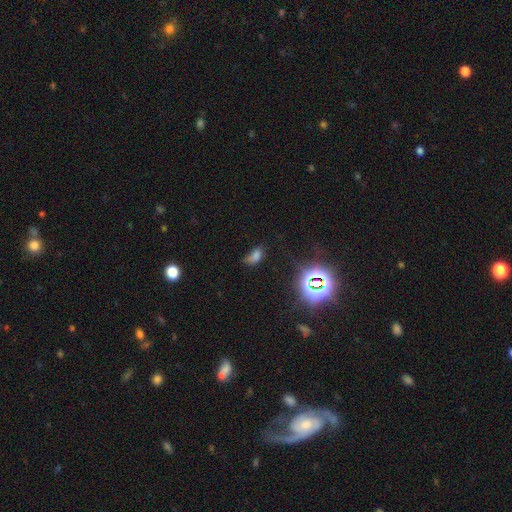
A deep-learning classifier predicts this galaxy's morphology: smooth-or-featured: smooth: 59% | star or artifact: 28% | featured or disk: 13%
  how-rounded: in between: 86% | round: 10% | cigar-shaped: 4%
  merging: none: 37% | minor disturbance: 31% | major disturbance: 22% | merger: 10%